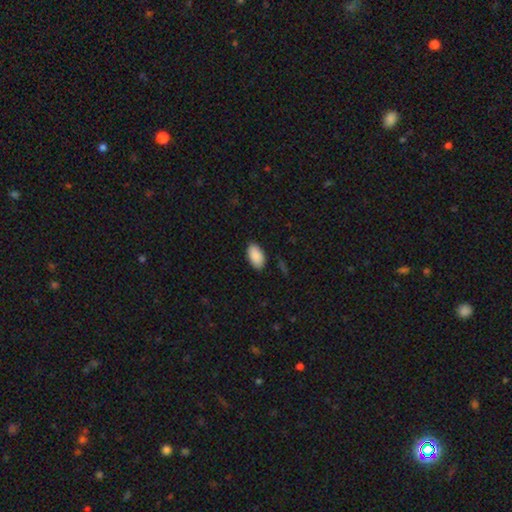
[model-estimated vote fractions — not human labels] The model was most divided on "merging": none: 88%, minor disturbance: 9%, major disturbance: 2%, merger: 1%. More confident: how rounded — in between (95%); smooth or featured — smooth (90%).